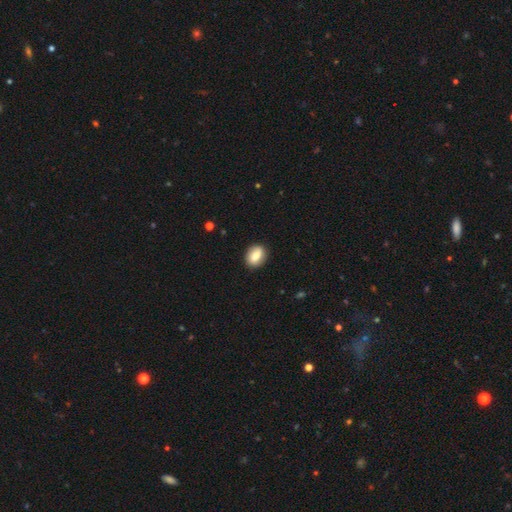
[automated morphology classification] A smooth galaxy with no disk features (74%) that is in between round and cigar-shaped (58%).

Vote fractions:
- Smooth or featured? smooth: 74% / featured or disk: 18% / star or artifact: 8%
- How rounded? in between: 58% / round: 40% / cigar-shaped: 2%
- Merging? none: 88% / minor disturbance: 9% / major disturbance: 2% / merger: 1%